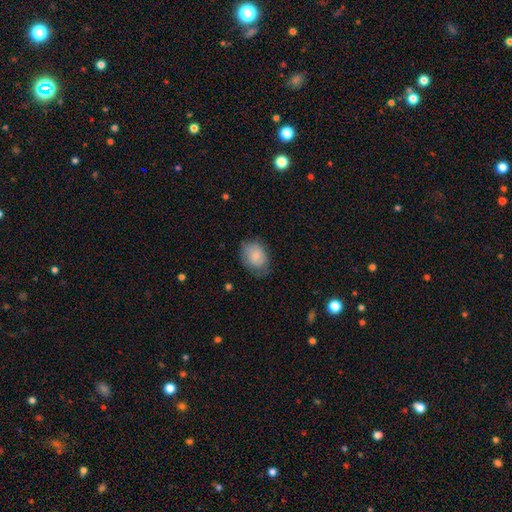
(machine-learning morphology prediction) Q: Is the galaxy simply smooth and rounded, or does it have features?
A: smooth — 81%.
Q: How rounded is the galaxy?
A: in between — 65%.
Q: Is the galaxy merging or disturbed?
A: none — 66%.